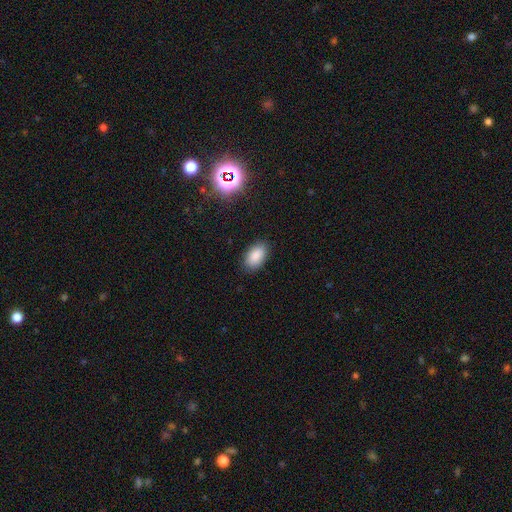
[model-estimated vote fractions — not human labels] smooth_or_featured: smooth (p=0.87) [alt: star or artifact p=0.08]
how_rounded: in between (p=0.93) [alt: round p=0.05]
merging: none (p=0.87) [alt: minor disturbance p=0.10]